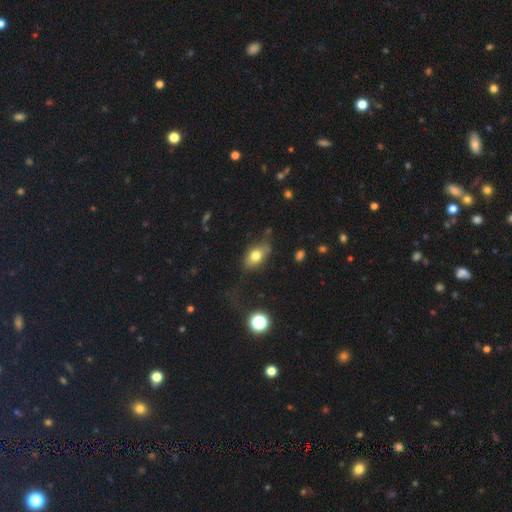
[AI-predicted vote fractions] A smooth galaxy with no disk features (72%) that is in between round and cigar-shaped (82%). Merging: none (63%).